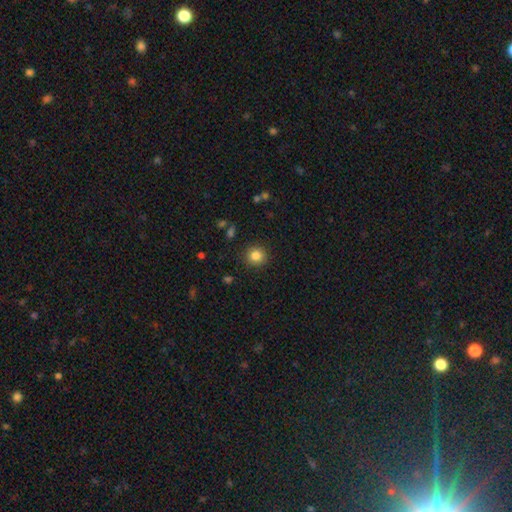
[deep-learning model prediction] Overall: smooth (84%). How rounded: round (91%). Merging: none (90%).